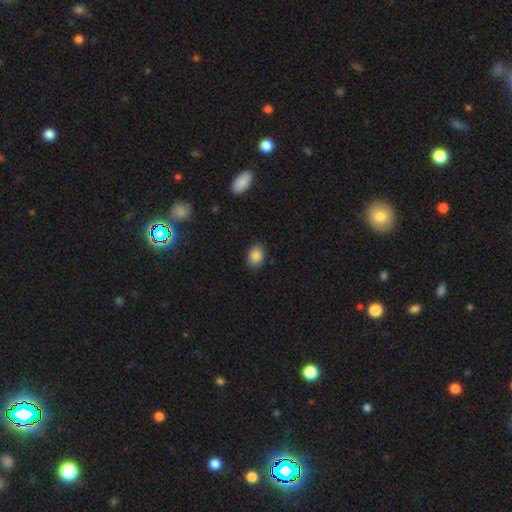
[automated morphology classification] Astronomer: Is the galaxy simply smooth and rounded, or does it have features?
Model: smooth — 87%.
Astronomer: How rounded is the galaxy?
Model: in between — 66%.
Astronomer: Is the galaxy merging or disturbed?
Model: none — 84%.